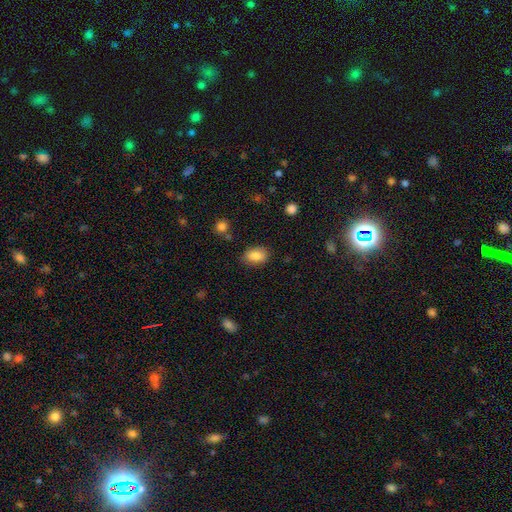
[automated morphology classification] smooth 85%, star or artifact 8%, featured or disk 7%. Down the decision tree: how rounded — in between (86%); merging — none (82%).